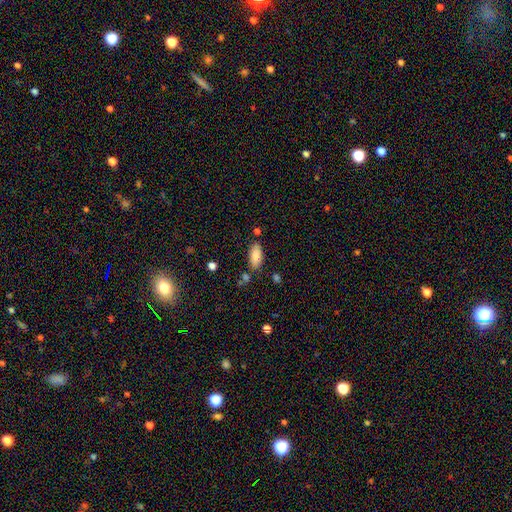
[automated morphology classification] Smooth or featured? smooth (86%)
How rounded? in between (87%)
Merging? none (77%)